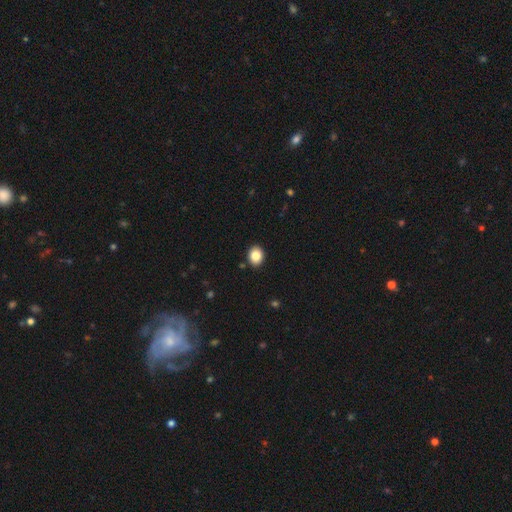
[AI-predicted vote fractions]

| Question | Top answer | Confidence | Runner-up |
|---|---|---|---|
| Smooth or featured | smooth | 86% | star or artifact (9%) |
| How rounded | round | 50% | in between (49%) |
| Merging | none | 90% | minor disturbance (7%) |